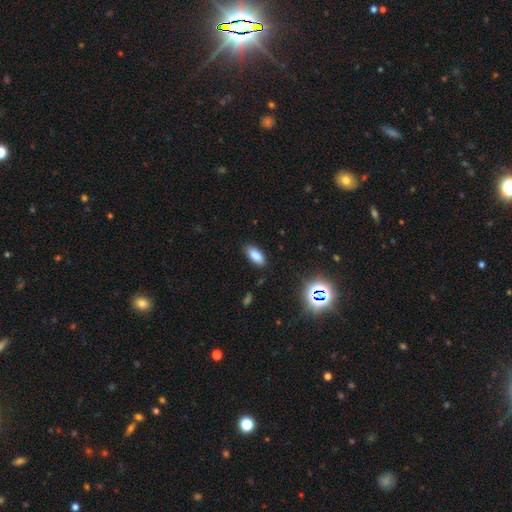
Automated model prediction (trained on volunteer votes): Overall: smooth (82%). How rounded: in between (85%). Merging: none (86%).